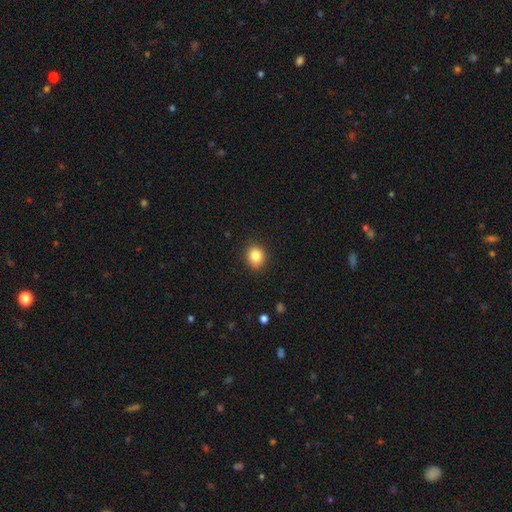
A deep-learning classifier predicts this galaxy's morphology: A smooth galaxy with no disk features (84%) that is round (68%).

Vote fractions:
- Smooth or featured? smooth: 84% / star or artifact: 10% / featured or disk: 6%
- How rounded? round: 68% / in between: 31% / cigar-shaped: 1%
- Merging? none: 87% / minor disturbance: 9% / major disturbance: 2% / merger: 1%